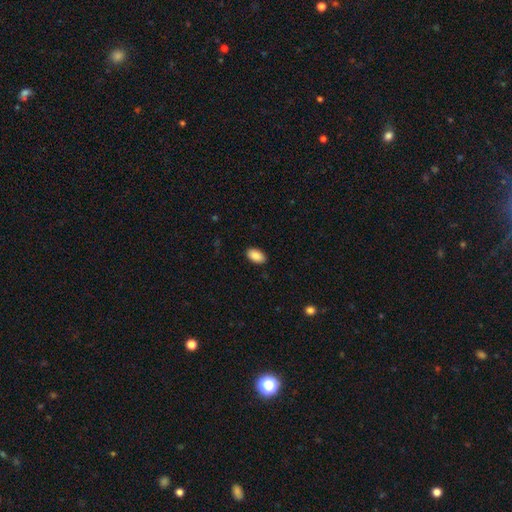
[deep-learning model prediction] Morphology: type=smooth (89%); roundness=in between (94%); merging=none (89%).